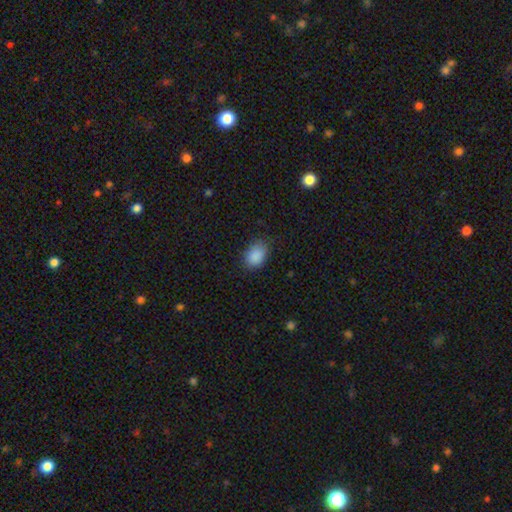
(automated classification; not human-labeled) smooth_or_featured: smooth (p=0.89) [alt: star or artifact p=0.08]
how_rounded: in between (p=0.77) [alt: round p=0.22]
merging: none (p=0.77) [alt: minor disturbance p=0.18]